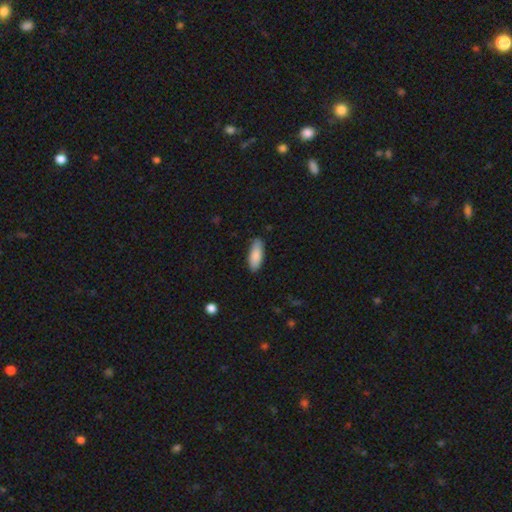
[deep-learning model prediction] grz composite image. It shows a smooth galaxy with no disk features (87%) that is in between round and cigar-shaped (71%). Merging: none (86%).